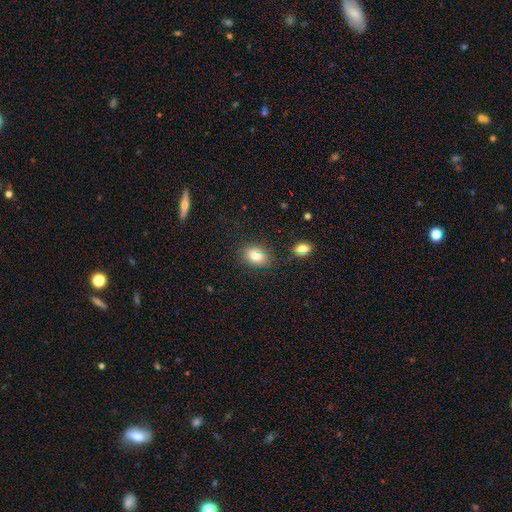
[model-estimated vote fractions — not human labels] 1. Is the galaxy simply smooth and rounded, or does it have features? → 80% smooth, 11% star or artifact, 8% featured or disk.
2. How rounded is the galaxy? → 71% in between, 27% round, 2% cigar-shaped.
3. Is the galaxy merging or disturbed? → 80% none, 13% minor disturbance, 4% merger, 3% major disturbance.